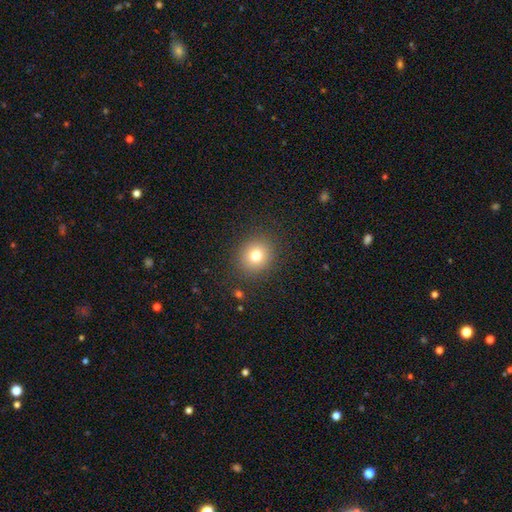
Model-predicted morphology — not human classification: Overall: smooth (76%). How rounded: round (81%). Merging: none (88%).